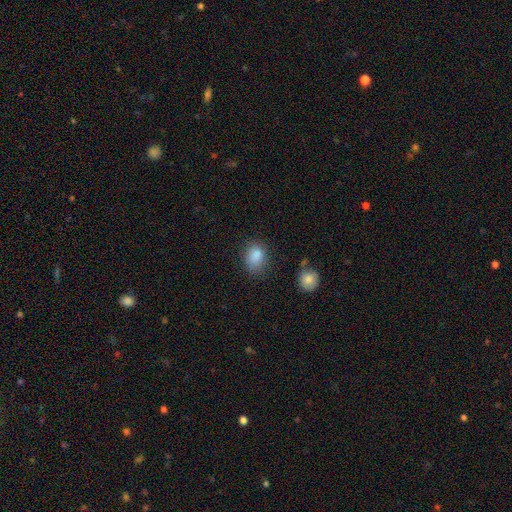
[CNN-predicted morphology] Q: Smooth or featured?
A: smooth (85%); runner-up: star or artifact (9%)
Q: How rounded?
A: in between (69%); runner-up: round (30%)
Q: Merging?
A: none (66%); runner-up: minor disturbance (24%)